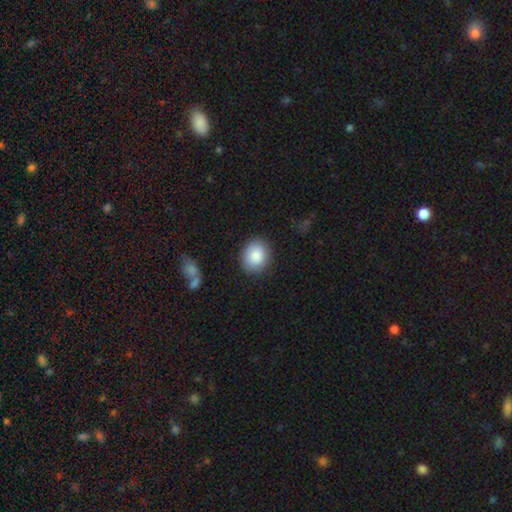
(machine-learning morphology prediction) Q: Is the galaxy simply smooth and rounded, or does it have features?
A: smooth — 86%.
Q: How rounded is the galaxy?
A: round — 55%.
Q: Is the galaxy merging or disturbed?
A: none — 85%.